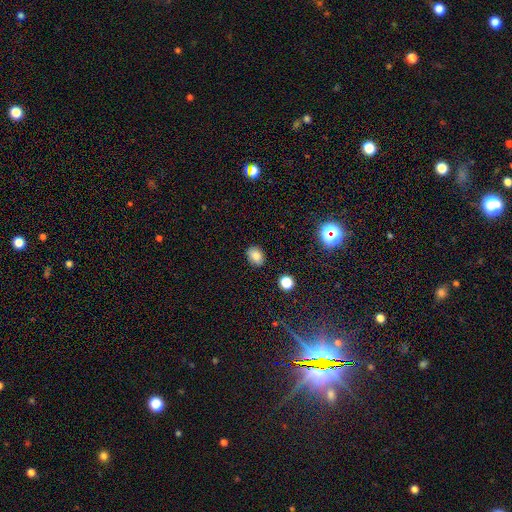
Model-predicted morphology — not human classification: Q: Smooth or featured?
A: smooth (80%); runner-up: star or artifact (13%)
Q: How rounded?
A: in between (69%); runner-up: round (30%)
Q: Merging?
A: none (85%); runner-up: minor disturbance (11%)